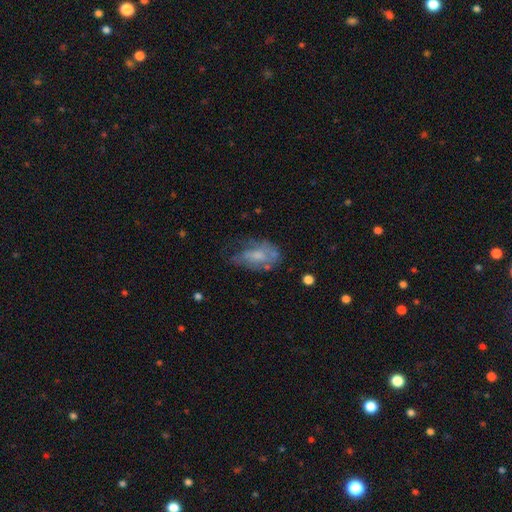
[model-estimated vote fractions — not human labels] This appears to be a featured or disk galaxy (47%). Merging: none (41%).